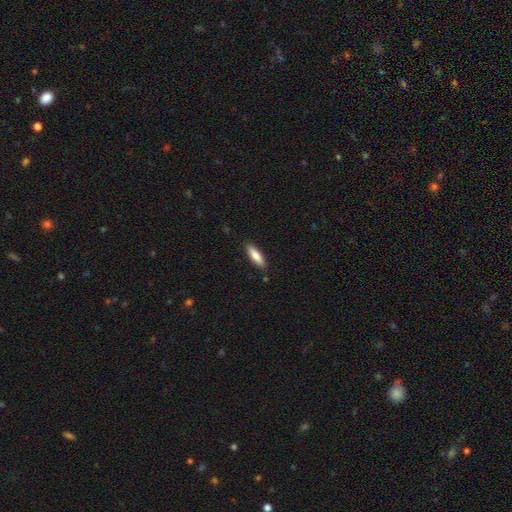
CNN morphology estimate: smooth_or_featured: smooth (p=0.82) [alt: featured or disk p=0.12]
how_rounded: cigar-shaped (p=0.55) [alt: in between p=0.44]
merging: none (p=0.87) [alt: minor disturbance p=0.10]